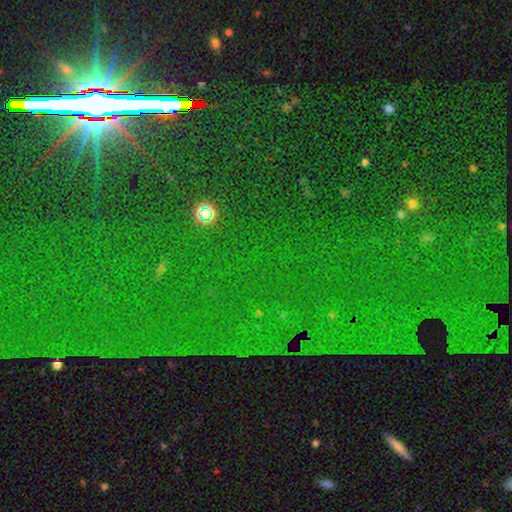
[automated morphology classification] Smooth or featured: star or artifact — 84% (featured or disk — 8%)